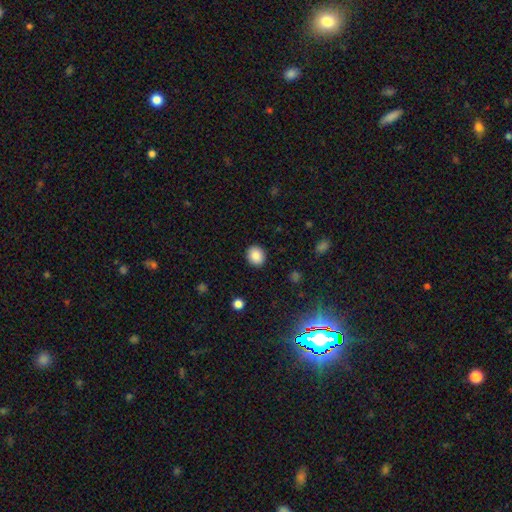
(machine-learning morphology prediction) A smooth galaxy with no disk features (87%) that is round (73%).

Vote fractions:
- Smooth or featured? smooth: 87% / star or artifact: 9% / featured or disk: 4%
- How rounded? round: 73% / in between: 26% / cigar-shaped: 1%
- Merging? none: 90% / minor disturbance: 6% / major disturbance: 2% / merger: 1%